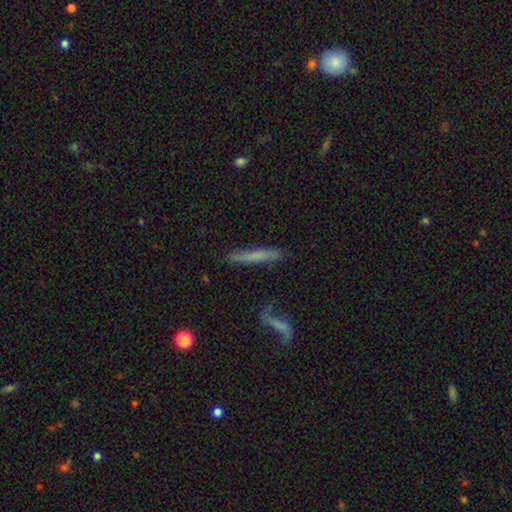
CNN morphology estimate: Smooth or featured? Predicted: smooth (p=0.57). How rounded? Predicted: cigar-shaped (p=0.94). Merging? Predicted: none (p=0.79).